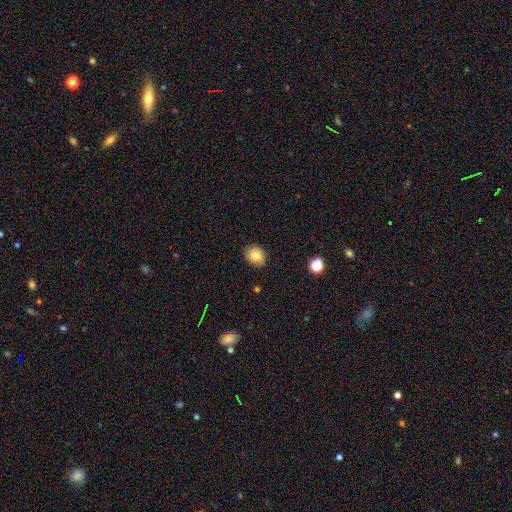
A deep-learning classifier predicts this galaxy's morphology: Smooth or featured?
  - smooth: 78% *
  - featured or disk: 12%
  - star or artifact: 10%
How rounded?
  - round: 64% *
  - in between: 35%
  - cigar-shaped: 1%
Merging?
  - none: 82% *
  - minor disturbance: 15%
  - major disturbance: 3%
  - merger: 1%